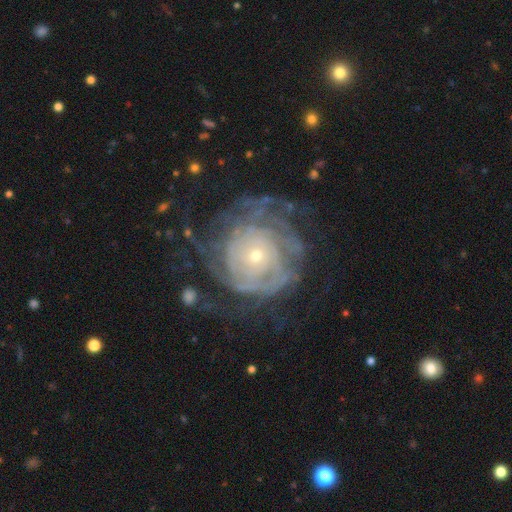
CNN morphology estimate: type=featured or disk (83%); edge-on=no (97%); bar=no (83%); spiral arms=yes (89%); winding=tight (76%); arm count=can't tell (47%); bulge=small (73%); merging=none (61%).